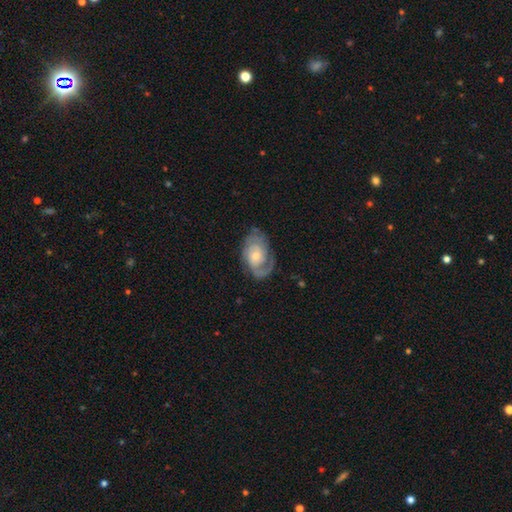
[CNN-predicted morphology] Smooth or featured? Predicted: featured or disk (p=0.81). Edge-on disk? Predicted: no (p=0.96). Bar? Predicted: no (p=0.66). Spiral arms? Predicted: yes (p=0.94). Spiral winding? Predicted: tight (p=0.51). Spiral arm count? Predicted: 2 (p=0.51). Bulge size? Predicted: moderate (p=0.47). Merging? Predicted: none (p=0.68).